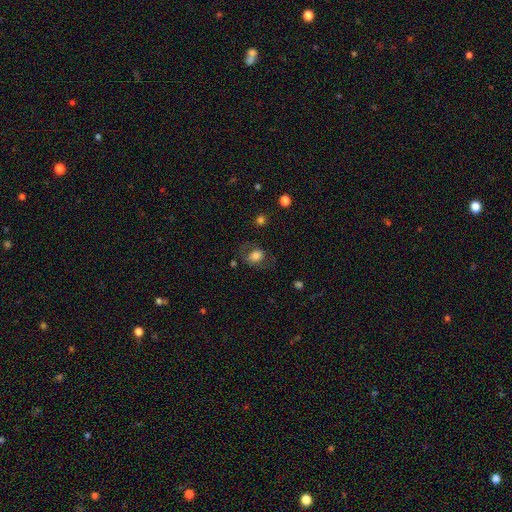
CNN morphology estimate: Smooth or featured: smooth — 73% (featured or disk — 18%)
How rounded: in between — 58% (round — 41%)
Merging: none — 64% (minor disturbance — 19%)